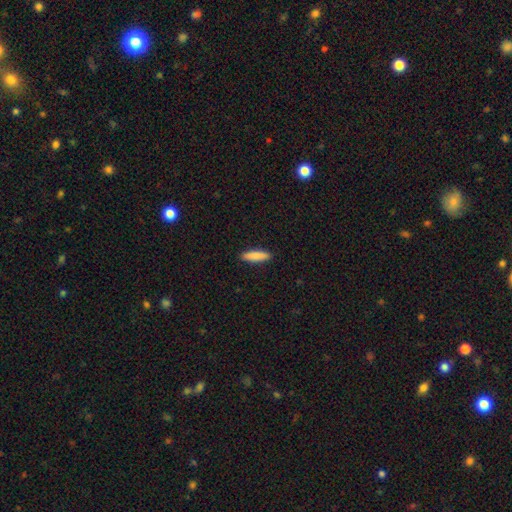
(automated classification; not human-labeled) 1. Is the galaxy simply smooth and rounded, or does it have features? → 87% smooth, 8% featured or disk, 6% star or artifact.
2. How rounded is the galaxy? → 70% cigar-shaped, 28% in between, 1% round.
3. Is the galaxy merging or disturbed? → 91% none, 7% minor disturbance, 2% major disturbance, 1% merger.